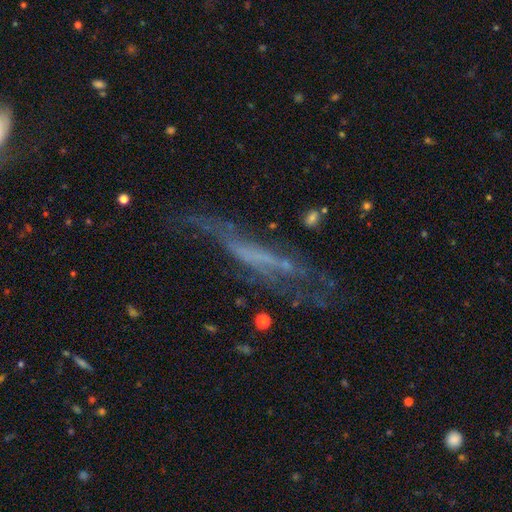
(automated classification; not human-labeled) Overall: featured or disk (63%). Edge-on disk: no (54%; yes 46%). Merging: none (45%; major disturbance 28%).